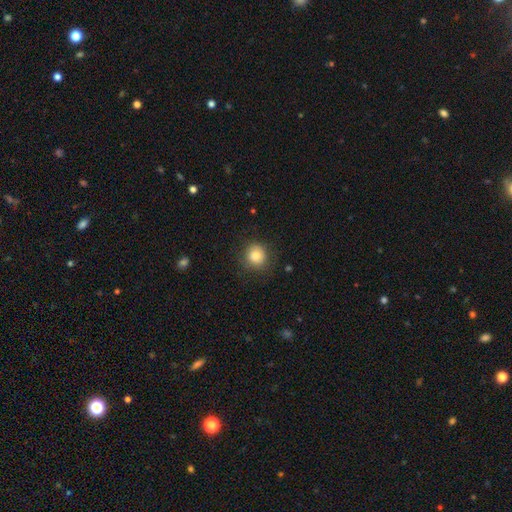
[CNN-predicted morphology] This is clearly a smooth galaxy (83%). How rounded: clearly round (88%). Merging: clearly none (81%).